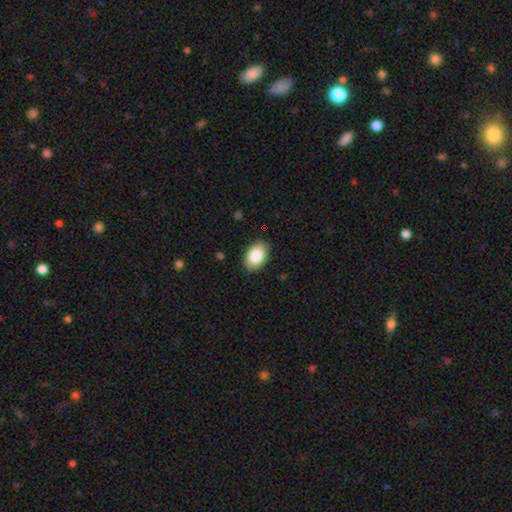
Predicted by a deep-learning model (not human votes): A smooth galaxy with no disk features (87%) that is in between round and cigar-shaped (87%).

Vote fractions:
- Smooth or featured? smooth: 87% / star or artifact: 7% / featured or disk: 7%
- How rounded? in between: 87% / round: 12% / cigar-shaped: 1%
- Merging? none: 88% / minor disturbance: 9% / major disturbance: 2% / merger: 1%